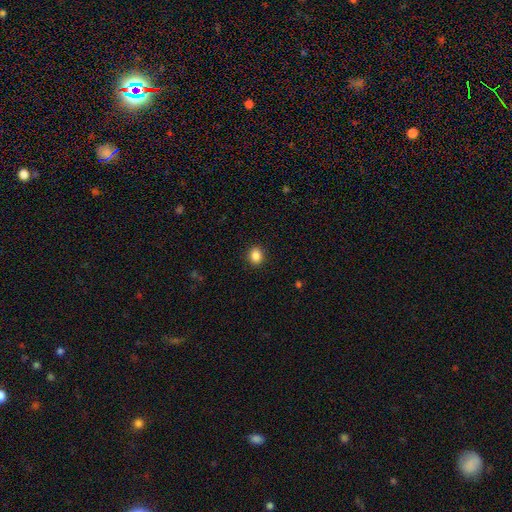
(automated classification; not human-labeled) Smooth or featured? Predicted: smooth (p=0.86). How rounded? Predicted: round (p=0.57). Merging? Predicted: none (p=0.91).